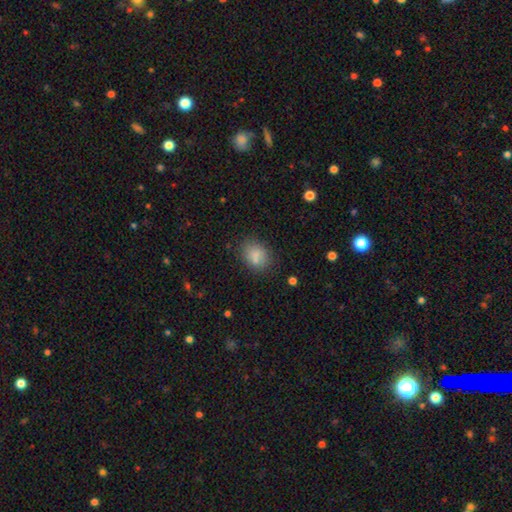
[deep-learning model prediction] smooth-or-featured: smooth: 80% | star or artifact: 11% | featured or disk: 9%
  how-rounded: in between: 51% | round: 48% | cigar-shaped: 1%
  merging: none: 72% | minor disturbance: 15% | merger: 8% | major disturbance: 5%